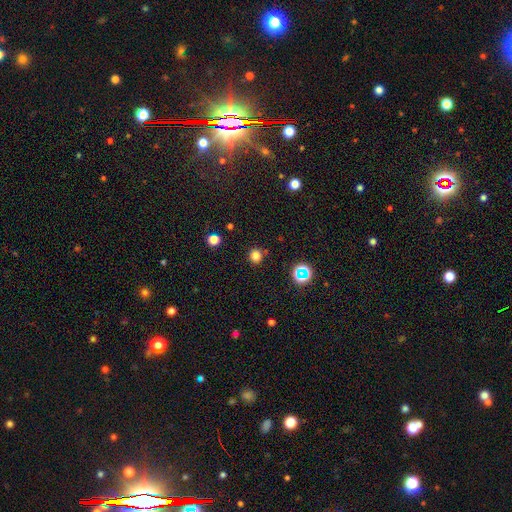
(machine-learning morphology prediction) Smooth or featured? smooth (77%)
How rounded? round (92%)
Merging? none (85%)